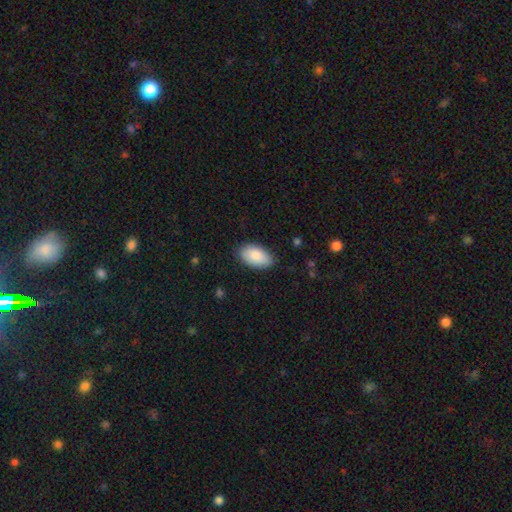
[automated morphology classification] Smooth or featured?
  - smooth: 86% *
  - featured or disk: 8%
  - star or artifact: 6%
How rounded?
  - in between: 95% *
  - round: 3%
  - cigar-shaped: 2%
Merging?
  - none: 83% *
  - minor disturbance: 13%
  - major disturbance: 2%
  - merger: 1%